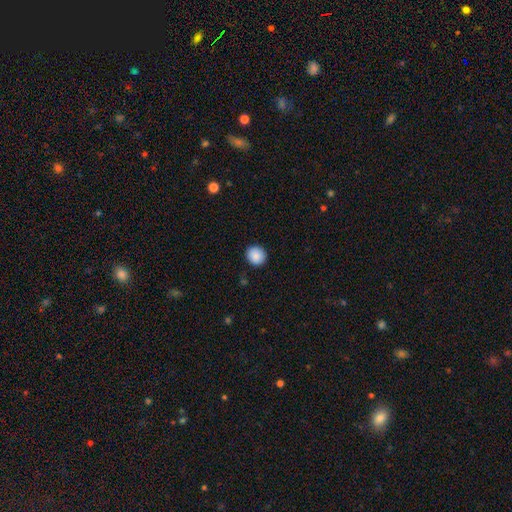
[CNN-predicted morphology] Smooth or featured? Predicted: smooth (p=0.89). How rounded? Predicted: round (p=0.91). Merging? Predicted: none (p=0.91).